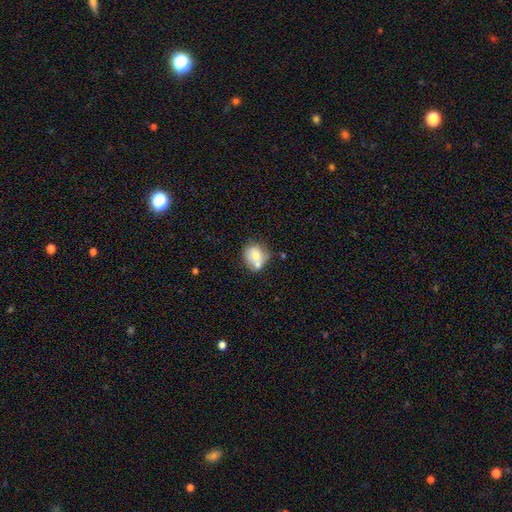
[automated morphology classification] Smooth or featured: smooth — 65% (featured or disk — 27%)
How rounded: round — 69% (in between — 30%)
Merging: none — 42% (merger — 36%)